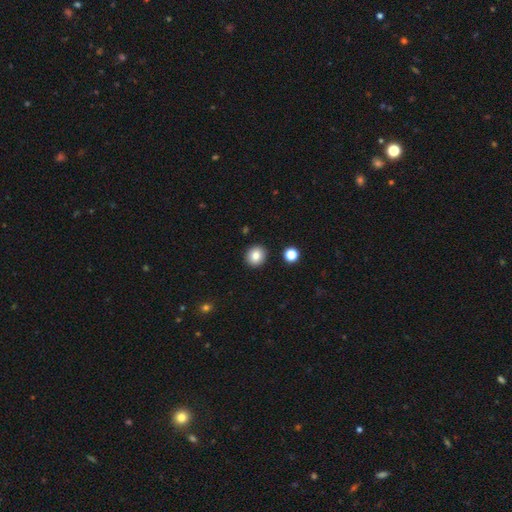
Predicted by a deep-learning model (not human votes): Smooth or featured: smooth — 84% (star or artifact — 10%)
How rounded: round — 88% (in between — 11%)
Merging: none — 92% (minor disturbance — 5%)